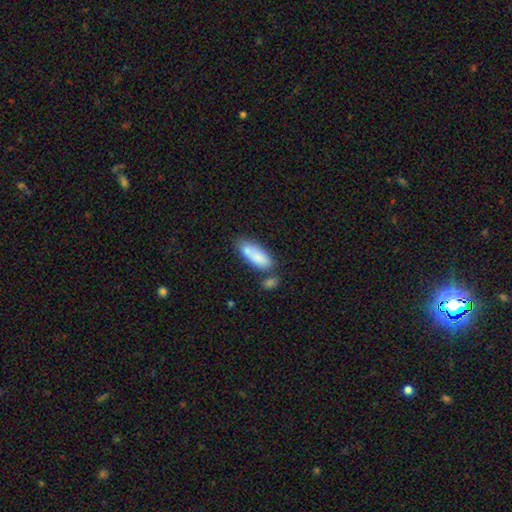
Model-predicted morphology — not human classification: smooth_or_featured: smooth (p=0.81) [alt: featured or disk p=0.12]
how_rounded: in between (p=0.68) [alt: cigar-shaped p=0.30]
merging: none (p=0.52) [alt: merger p=0.24]